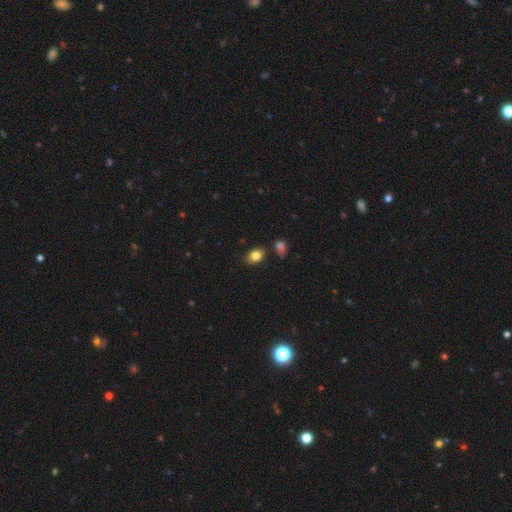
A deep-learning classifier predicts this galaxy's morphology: A smooth galaxy with no disk features (82%) that is in between round and cigar-shaped (81%).

Vote fractions:
- Smooth or featured? smooth: 82% / star or artifact: 9% / featured or disk: 9%
- How rounded? in between: 81% / round: 18% / cigar-shaped: 1%
- Merging? none: 77% / minor disturbance: 13% / merger: 7% / major disturbance: 3%